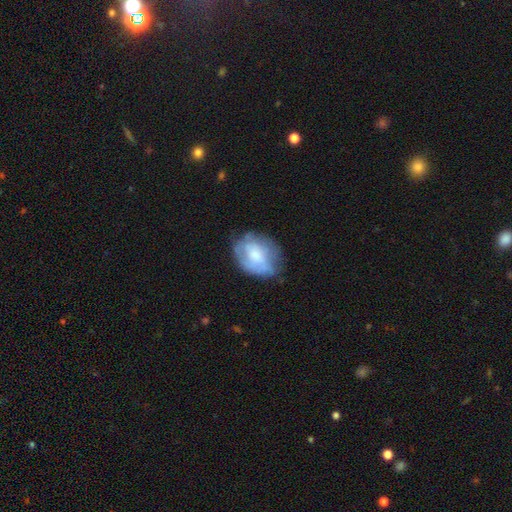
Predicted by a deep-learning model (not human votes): This is possibly a smooth galaxy (47%). Merging: possibly none (56%).